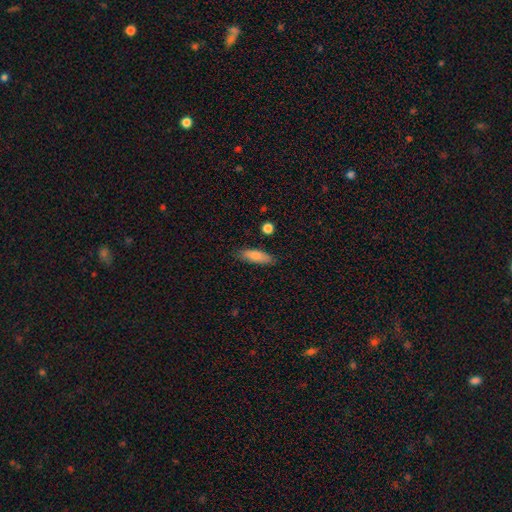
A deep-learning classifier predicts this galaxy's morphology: A smooth galaxy with no disk features (83%) that is in between round and cigar-shaped (52%). Merging: none (83%).